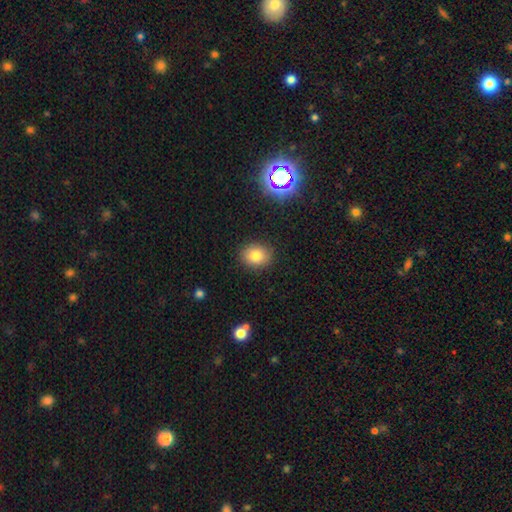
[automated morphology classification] This is likely a smooth galaxy (80%). How rounded: possibly round (59%). Merging: clearly none (88%).